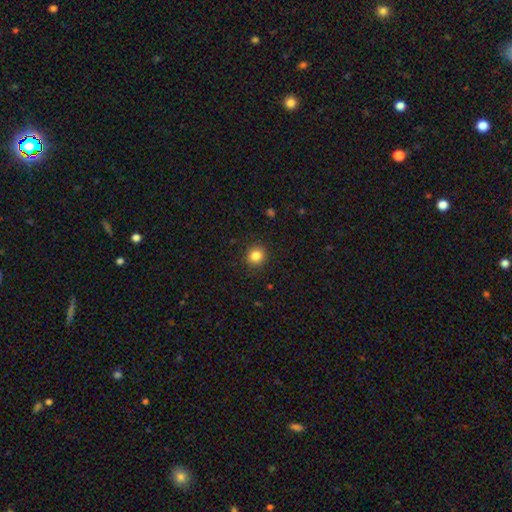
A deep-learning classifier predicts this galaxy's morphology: type=smooth (84%); roundness=round (85%); merging=none (91%).